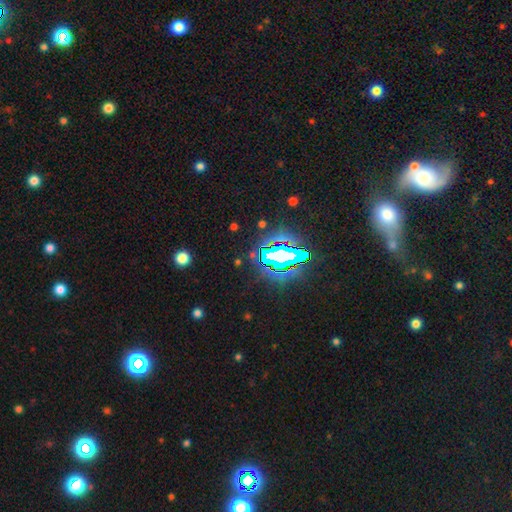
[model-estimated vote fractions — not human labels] Smooth or featured? star or artifact (75%)